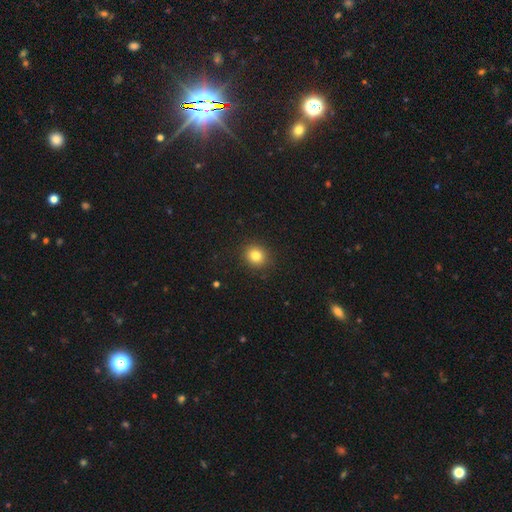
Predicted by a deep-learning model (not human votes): smooth 82%, star or artifact 12%, featured or disk 7%. Down the decision tree: how rounded — round (83%); merging — none (90%).